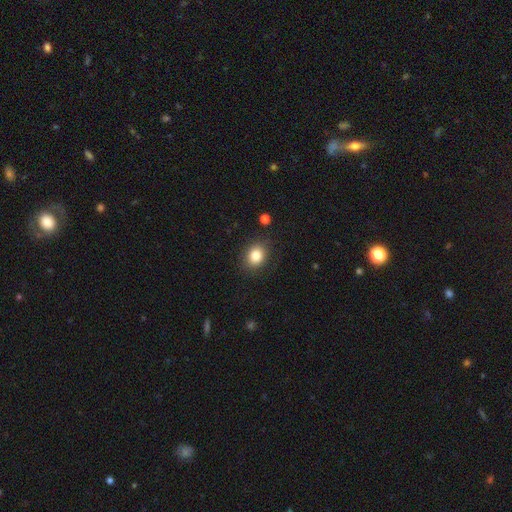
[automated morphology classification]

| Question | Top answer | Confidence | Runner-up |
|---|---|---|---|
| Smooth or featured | smooth | 83% | star or artifact (10%) |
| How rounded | round | 52% | in between (47%) |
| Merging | none | 85% | minor disturbance (11%) |